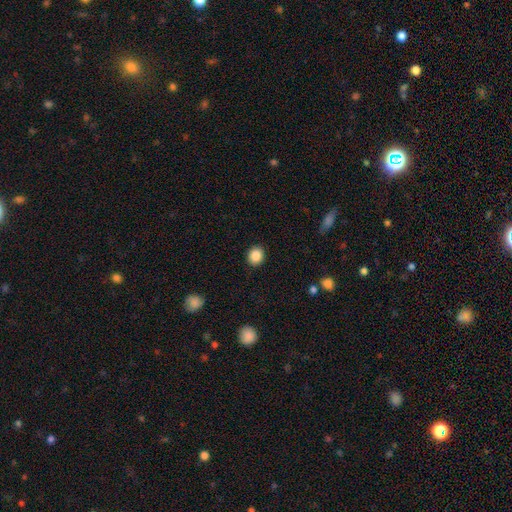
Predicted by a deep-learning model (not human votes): The model was most divided on "how rounded": round: 74%, in between: 25%, cigar-shaped: 1%. More confident: merging — none (91%); smooth or featured — smooth (87%).